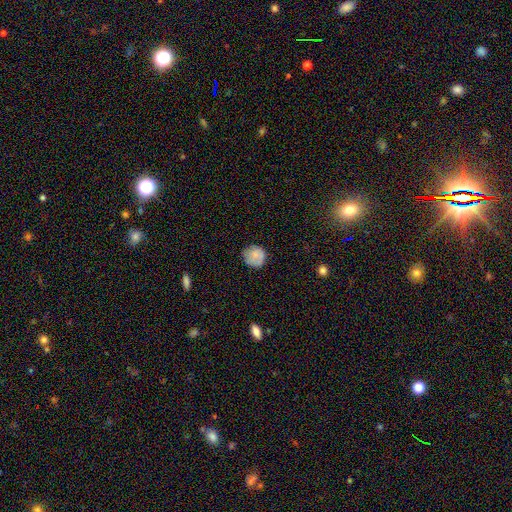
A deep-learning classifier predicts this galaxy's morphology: A smooth galaxy with no disk features (77%) that is round (86%). Merging: none (72%).